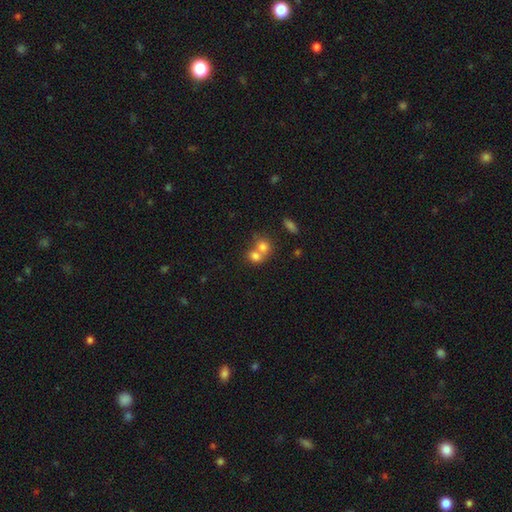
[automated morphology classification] smooth 75%, featured or disk 14%, star or artifact 11%. Down the decision tree: how rounded — round (61%); merging — merger (65%).